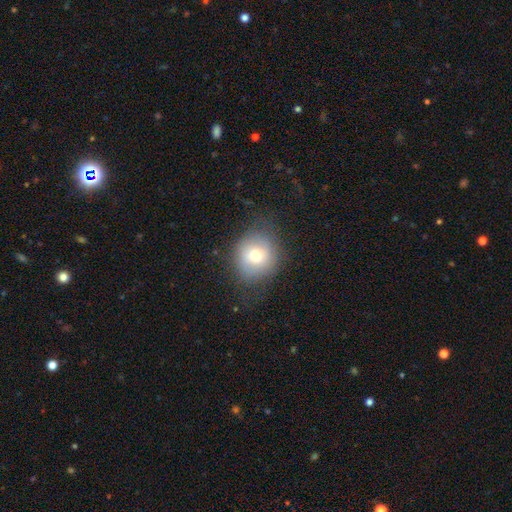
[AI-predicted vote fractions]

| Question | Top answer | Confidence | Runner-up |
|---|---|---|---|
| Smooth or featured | smooth | 69% | featured or disk (19%) |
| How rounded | round | 83% | in between (16%) |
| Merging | none | 73% | minor disturbance (17%) |